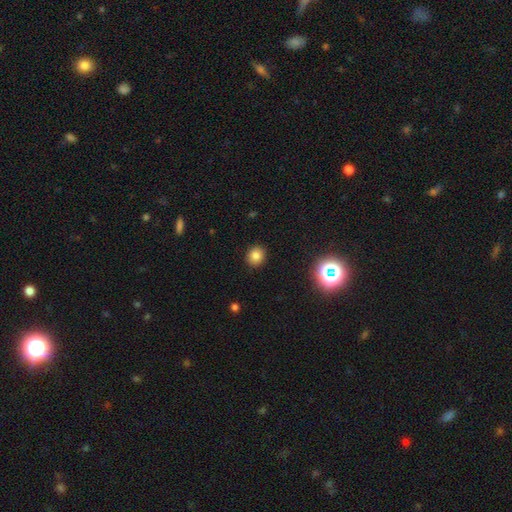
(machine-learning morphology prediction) type=smooth (80%); roundness=round (77%); merging=none (91%).